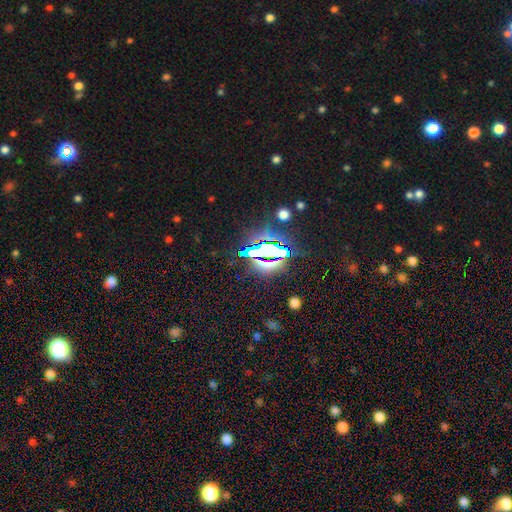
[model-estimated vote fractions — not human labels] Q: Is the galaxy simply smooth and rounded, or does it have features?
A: star or artifact — 79%.